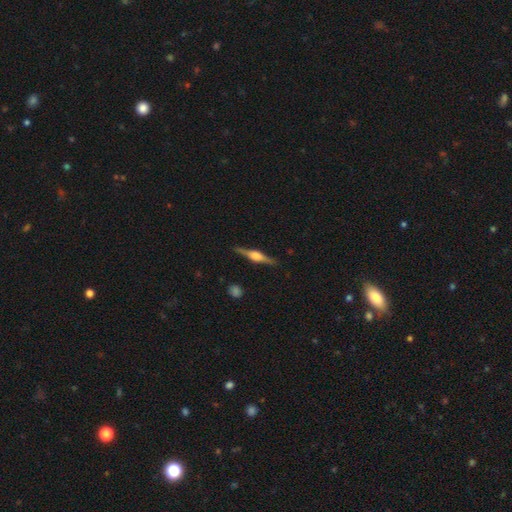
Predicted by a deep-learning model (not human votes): featured or disk 79%, smooth 15%, star or artifact 6%. Down the decision tree: edge-on disk — yes (98%); edge-on bulge — rounded (81%); merging — none (89%).